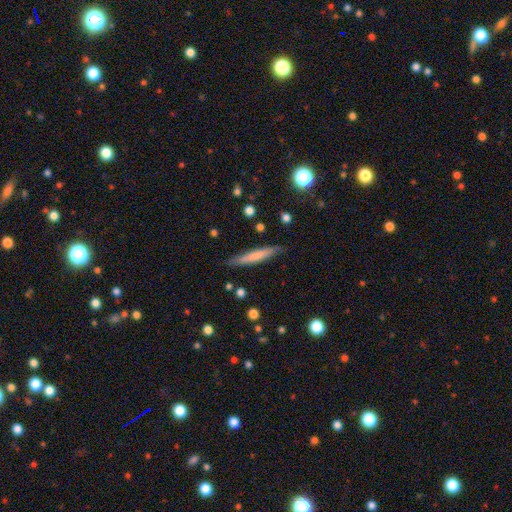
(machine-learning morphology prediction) A smooth galaxy with no disk features (65%) that is cigar-shaped (93%).

Vote fractions:
- Smooth or featured? smooth: 65% / featured or disk: 29% / star or artifact: 6%
- How rounded? cigar-shaped: 93% / in between: 6% / round: 1%
- Merging? none: 85% / minor disturbance: 12% / major disturbance: 2% / merger: 2%